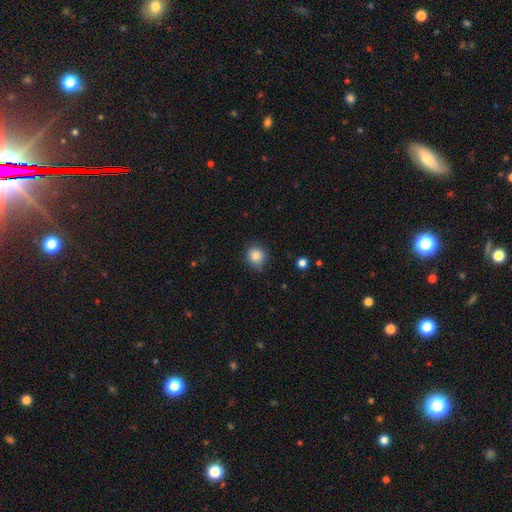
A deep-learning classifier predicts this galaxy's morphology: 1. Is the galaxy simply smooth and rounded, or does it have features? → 84% smooth, 10% star or artifact, 5% featured or disk.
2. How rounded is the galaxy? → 86% round, 14% in between, 1% cigar-shaped.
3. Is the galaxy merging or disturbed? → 82% none, 14% minor disturbance, 3% major disturbance, 2% merger.